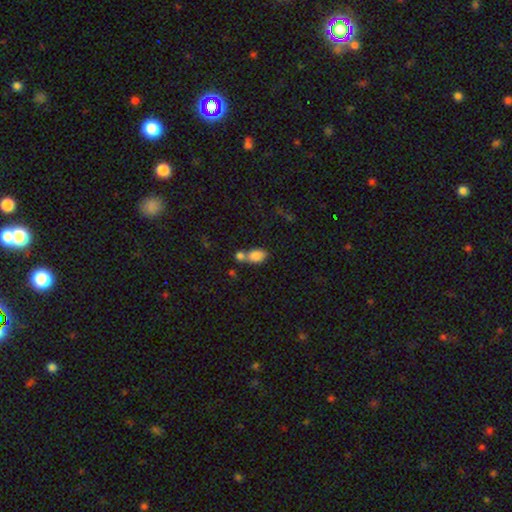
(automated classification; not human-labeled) A smooth galaxy with no disk features (83%) that is in between round and cigar-shaped (81%).

Vote fractions:
- Smooth or featured? smooth: 83% / featured or disk: 9% / star or artifact: 9%
- How rounded? in between: 81% / round: 17% / cigar-shaped: 2%
- Merging? merger: 50% / none: 35% / minor disturbance: 10% / major disturbance: 4%